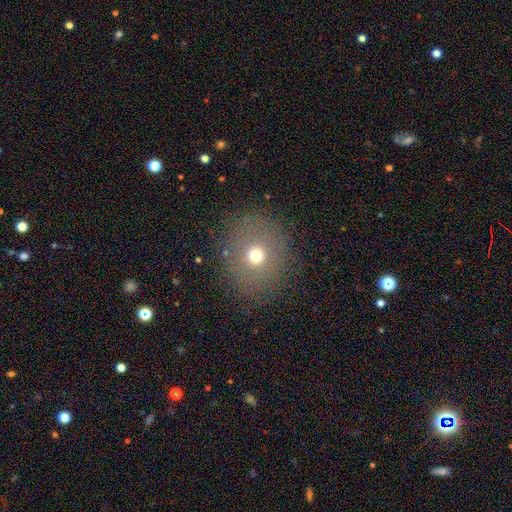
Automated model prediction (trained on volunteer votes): Smooth or featured: smooth — 66% (star or artifact — 17%)
How rounded: round — 84% (in between — 15%)
Merging: none — 85% (minor disturbance — 9%)